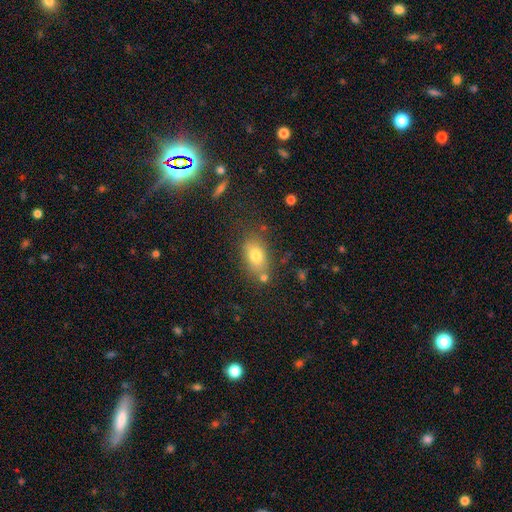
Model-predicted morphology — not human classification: type=smooth (74%); roundness=in between (80%); merging=none (71%).